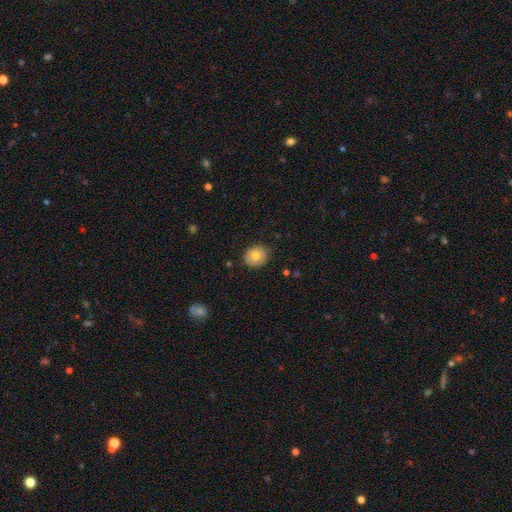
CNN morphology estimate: Overall: smooth (75%). How rounded: round (79%). Merging: none (85%).